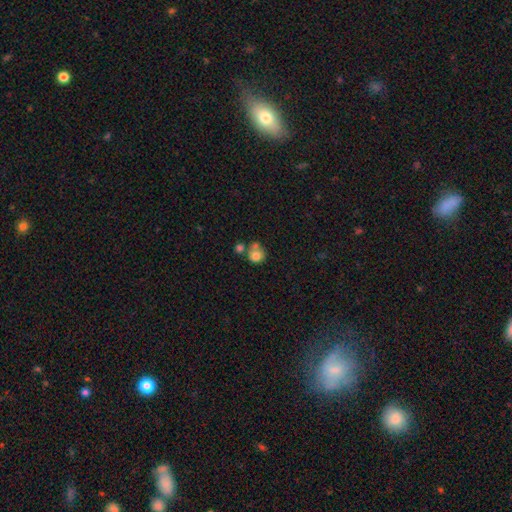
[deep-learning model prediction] Smooth or featured?
  - smooth: 77% *
  - featured or disk: 12%
  - star or artifact: 10%
How rounded?
  - round: 84% *
  - in between: 15%
  - cigar-shaped: 1%
Merging?
  - none: 42% *
  - merger: 40%
  - minor disturbance: 12%
  - major disturbance: 6%